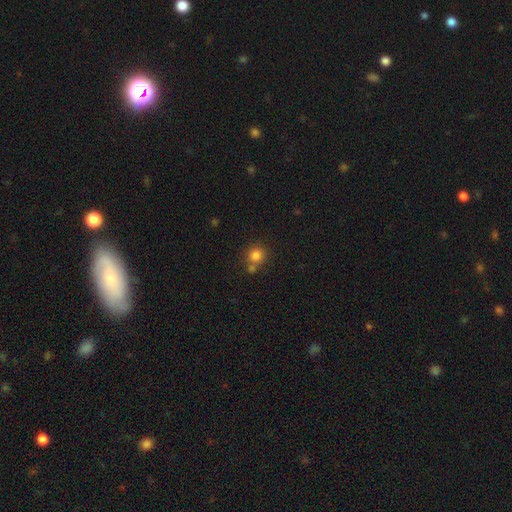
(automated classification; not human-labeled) smooth-or-featured: smooth: 82% | star or artifact: 12% | featured or disk: 6%
  how-rounded: round: 88% | in between: 11% | cigar-shaped: 1%
  merging: none: 62% | merger: 24% | minor disturbance: 10% | major disturbance: 4%